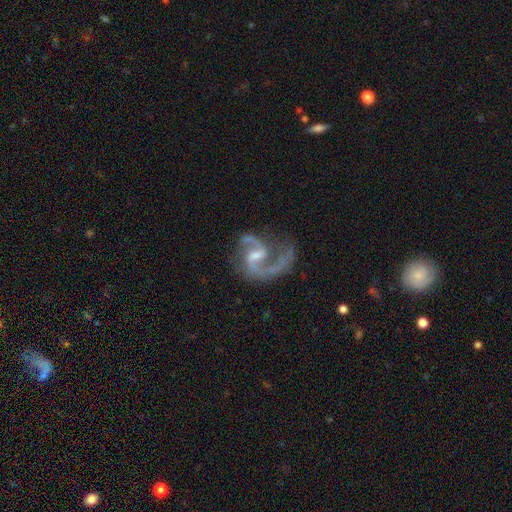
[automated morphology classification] Smooth or featured? featured or disk (92%)
Edge-on disk? no (98%)
Bar? weak (56%)
Spiral arms? yes (98%)
Spiral winding? medium (52%)
Spiral arm count? 2 (89%)
Bulge size? small (51%)
Merging? none (62%)